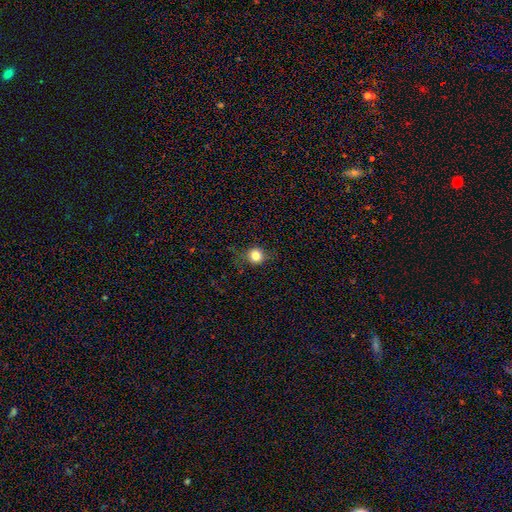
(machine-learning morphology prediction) Overall: smooth (80%). How rounded: round (87%). Merging: none (80%).